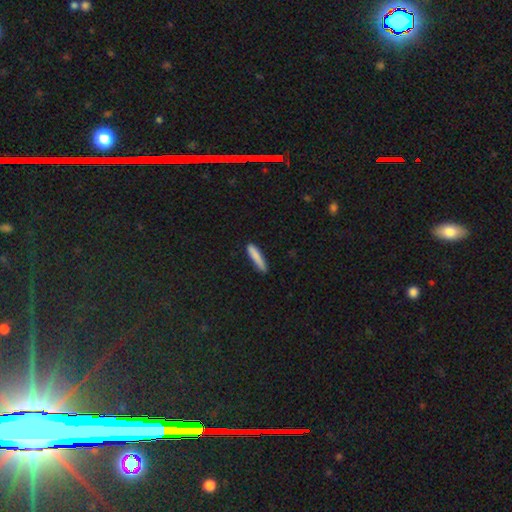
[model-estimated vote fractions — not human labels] The model was most divided on "merging": none: 81%, minor disturbance: 15%, major disturbance: 2%, merger: 2%. More confident: how rounded — cigar-shaped (89%); smooth or featured — smooth (85%).